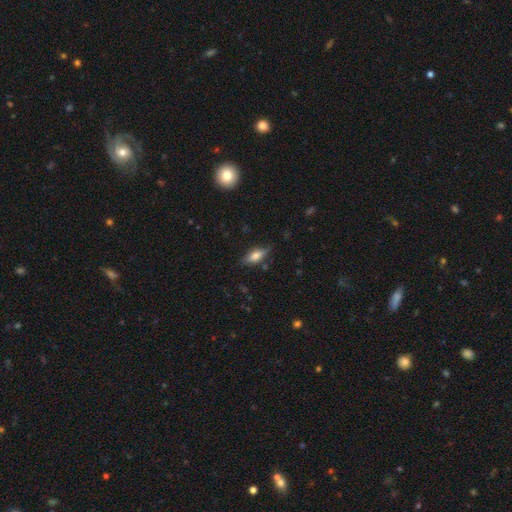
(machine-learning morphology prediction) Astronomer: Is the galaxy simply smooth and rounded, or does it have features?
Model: smooth — 64%.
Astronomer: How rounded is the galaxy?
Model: in between — 72%.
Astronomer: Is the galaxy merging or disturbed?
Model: none — 75%.